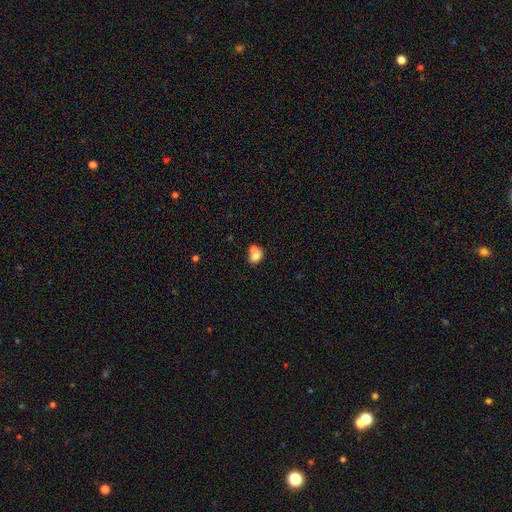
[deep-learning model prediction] Smooth or featured?
  - smooth: 71% *
  - featured or disk: 18%
  - star or artifact: 11%
How rounded?
  - round: 53% *
  - in between: 46%
  - cigar-shaped: 1%
Merging?
  - merger: 54% *
  - none: 35%
  - minor disturbance: 8%
  - major disturbance: 4%